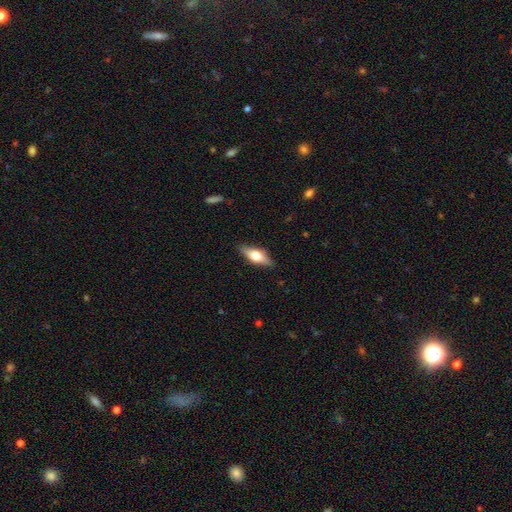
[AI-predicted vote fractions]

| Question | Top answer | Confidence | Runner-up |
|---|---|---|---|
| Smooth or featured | smooth | 49% | featured or disk (44%) |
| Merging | none | 86% | minor disturbance (11%) |